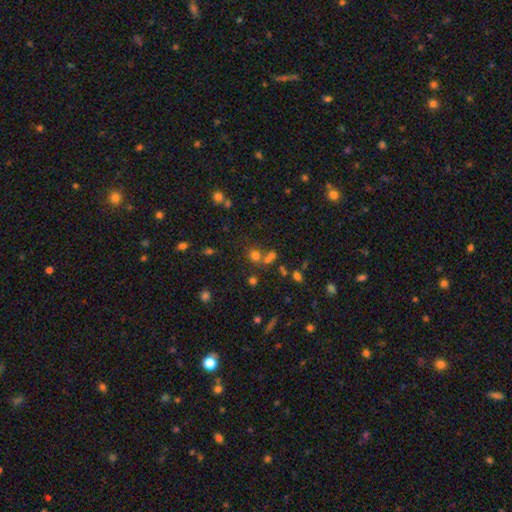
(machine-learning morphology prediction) This is possibly a smooth galaxy (59%). How rounded: likely round (79%). Merging: possibly none (55%).